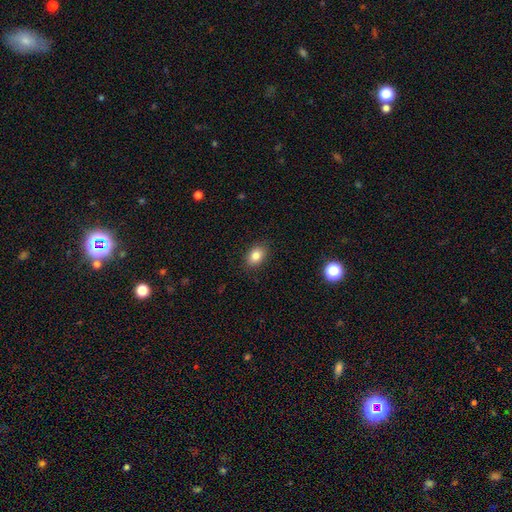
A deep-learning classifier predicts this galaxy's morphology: smooth_or_featured: smooth (p=0.83) [alt: star or artifact p=0.09]
how_rounded: in between (p=0.79) [alt: round p=0.19]
merging: none (p=0.87) [alt: minor disturbance p=0.10]